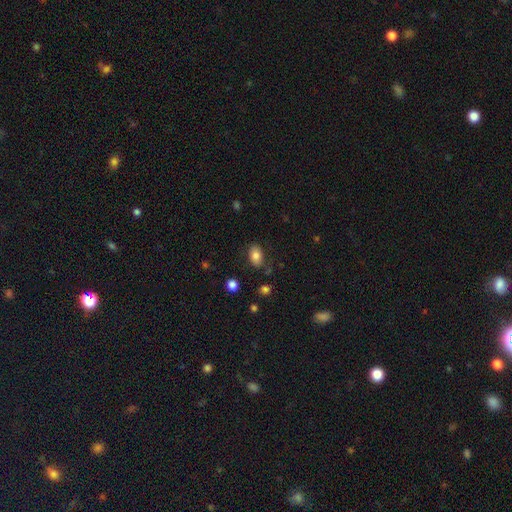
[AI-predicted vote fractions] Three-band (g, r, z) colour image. It shows a smooth galaxy with no disk features (81%) that is in between round and cigar-shaped (87%). Merging: none (78%).